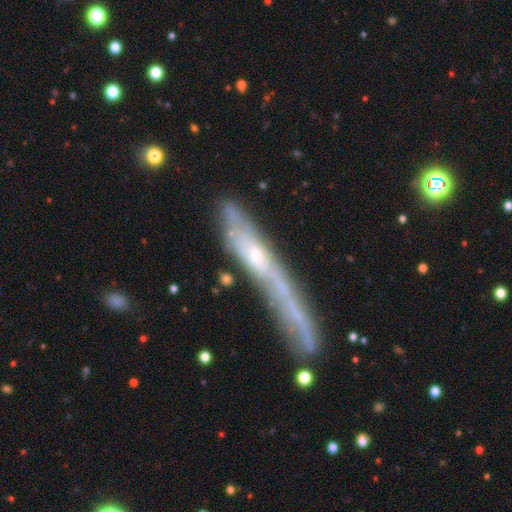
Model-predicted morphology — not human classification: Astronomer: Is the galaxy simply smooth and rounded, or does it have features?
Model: featured or disk — 67%.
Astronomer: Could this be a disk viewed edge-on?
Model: yes — 66%.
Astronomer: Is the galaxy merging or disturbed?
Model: none — 50%.